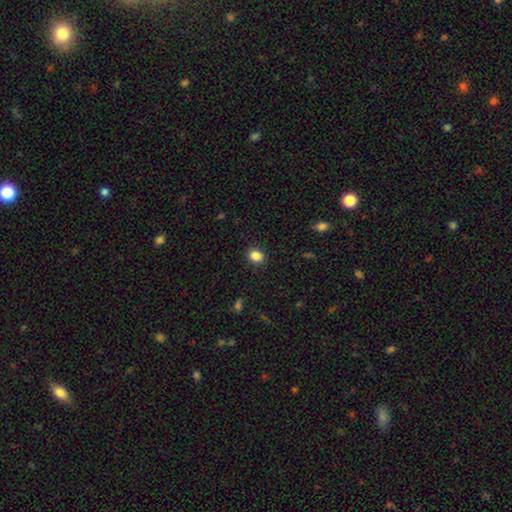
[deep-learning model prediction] This appears to be a smooth galaxy with no disk features (86%) that is round (68%). Merging: none (90%).